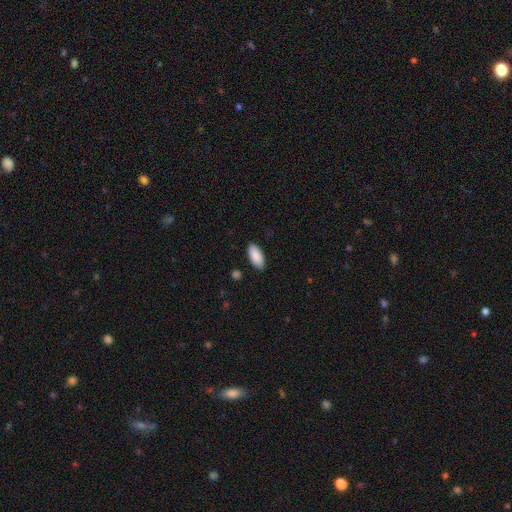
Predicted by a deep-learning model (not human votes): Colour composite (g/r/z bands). It shows a smooth galaxy with no disk features (90%) that is in between round and cigar-shaped (91%). Merging: none (88%).